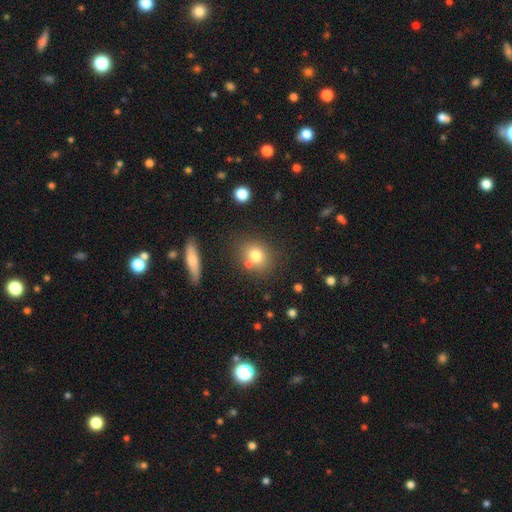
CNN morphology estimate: This appears to be a smooth galaxy with no disk features (77%) that is round (67%). Merging: none (67%).